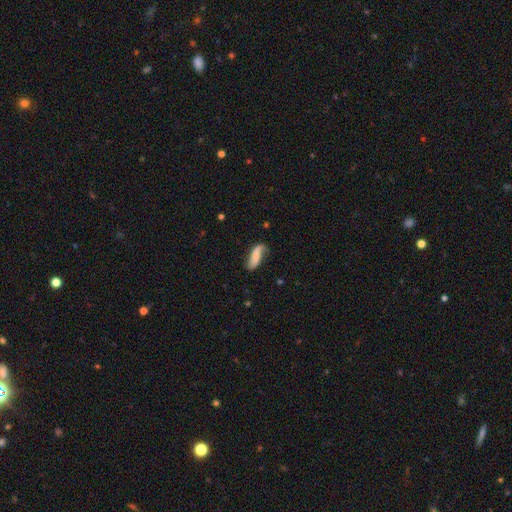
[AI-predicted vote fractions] smooth-or-featured: smooth: 52% | featured or disk: 40% | star or artifact: 8%
  how-rounded: in between: 66% | cigar-shaped: 31% | round: 3%
  merging: none: 54% | minor disturbance: 27% | major disturbance: 15% | merger: 4%